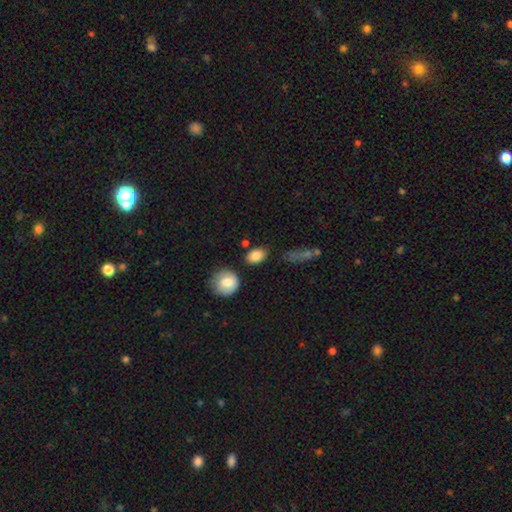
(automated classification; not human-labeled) Smooth or featured? smooth (86%)
How rounded? in between (74%)
Merging? none (74%)